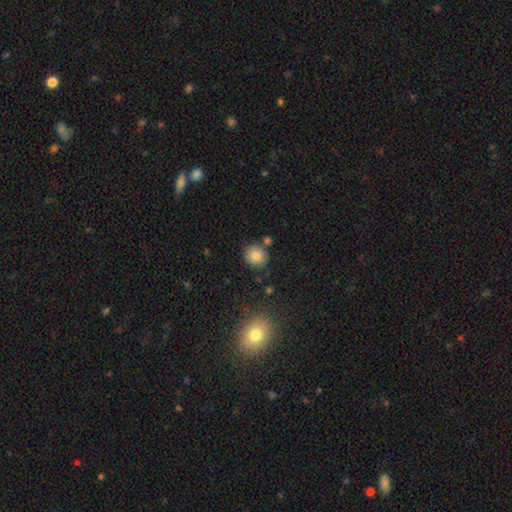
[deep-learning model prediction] smooth-or-featured: smooth: 84% | star or artifact: 10% | featured or disk: 6%
  how-rounded: round: 83% | in between: 16% | cigar-shaped: 1%
  merging: none: 78% | minor disturbance: 11% | merger: 8% | major disturbance: 3%